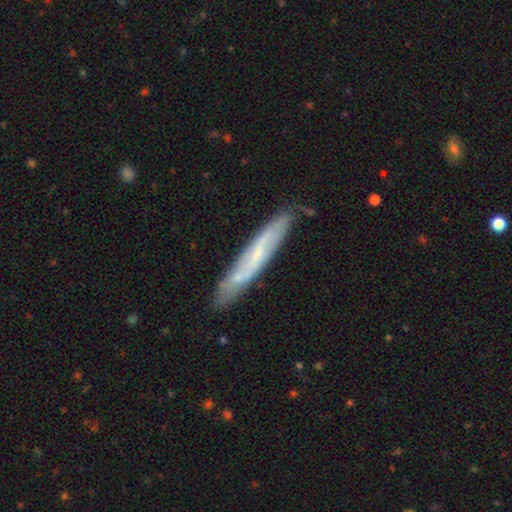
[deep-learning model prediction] The model was most divided on "smooth or featured": featured or disk: 57%, smooth: 37%, star or artifact: 6%. More confident: merging — none (80%); edge-on disk — yes (63%).